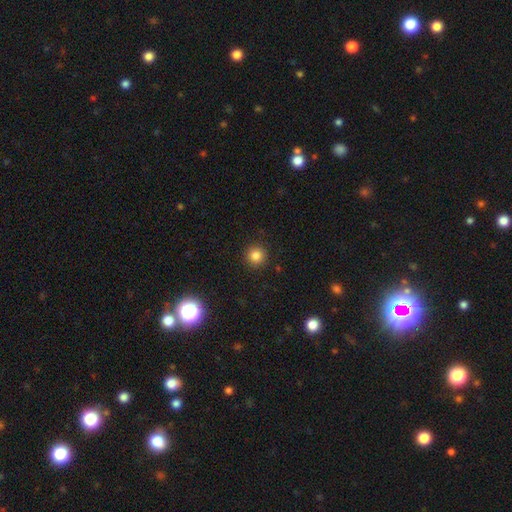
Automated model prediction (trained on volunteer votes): This is clearly a smooth galaxy (82%). How rounded: clearly round (94%). Merging: clearly none (91%).